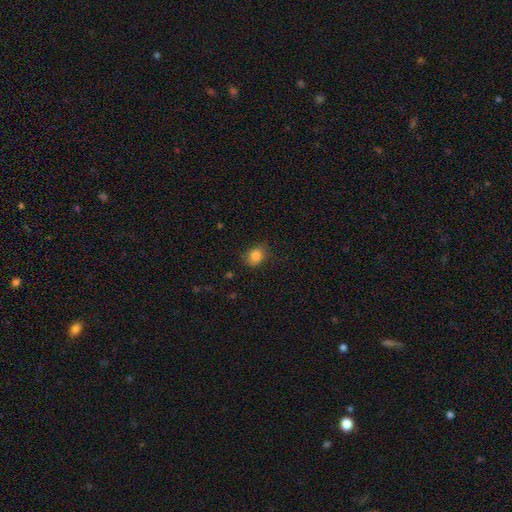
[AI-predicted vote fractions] Smooth or featured? Predicted: smooth (p=0.83). How rounded? Predicted: round (p=0.58). Merging? Predicted: none (p=0.77).